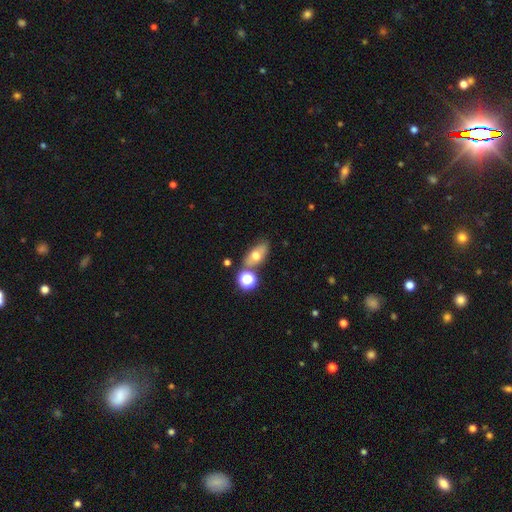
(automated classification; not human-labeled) Smooth or featured: smooth — 61% (featured or disk — 26%)
How rounded: in between — 79% (round — 15%)
Merging: none — 64% (merger — 17%)